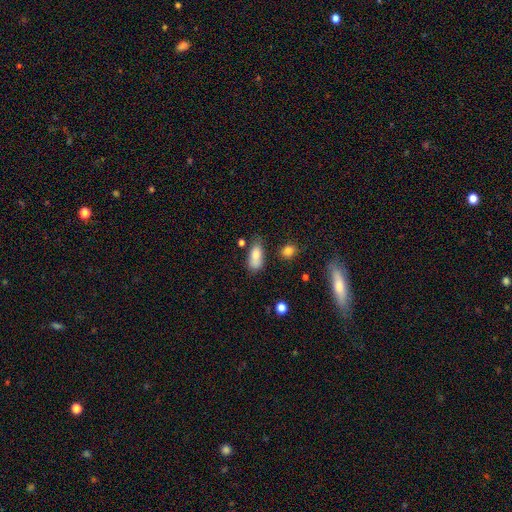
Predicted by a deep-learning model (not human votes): This is clearly a smooth galaxy (81%). How rounded: clearly in between (82%). Merging: possibly none (54%).